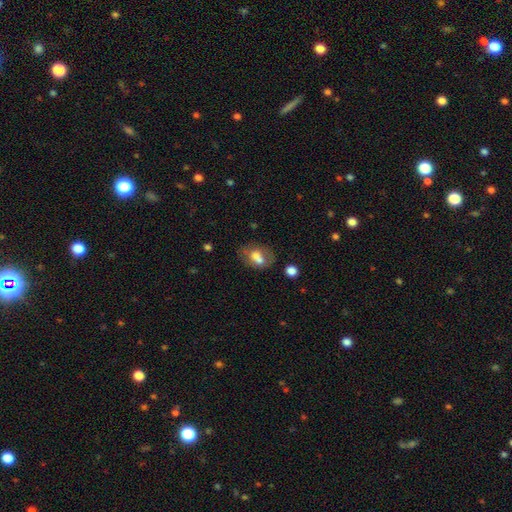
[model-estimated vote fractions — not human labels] Smooth or featured?
  - smooth: 61% *
  - featured or disk: 30%
  - star or artifact: 9%
How rounded?
  - in between: 78% *
  - round: 19%
  - cigar-shaped: 3%
Merging?
  - none: 41% *
  - merger: 29%
  - minor disturbance: 19%
  - major disturbance: 12%